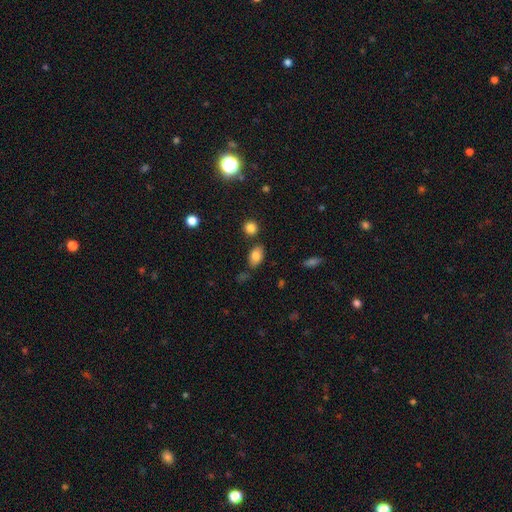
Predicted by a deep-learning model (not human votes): Morphology: type=smooth (82%); roundness=in between (88%); merging=none (73%).